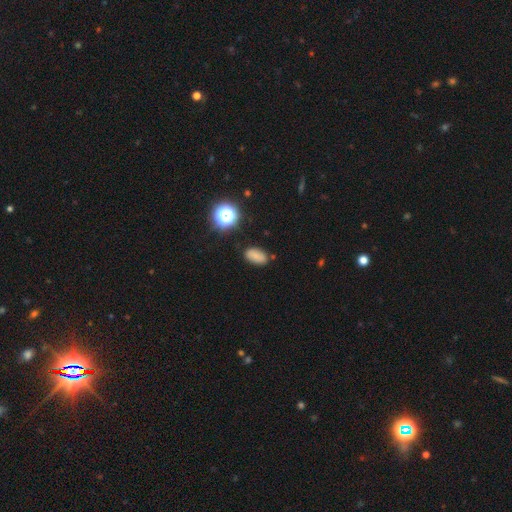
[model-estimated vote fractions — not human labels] The model was most divided on "smooth or featured": smooth: 78%, star or artifact: 15%, featured or disk: 7%. More confident: how rounded — in between (89%); merging — none (83%).